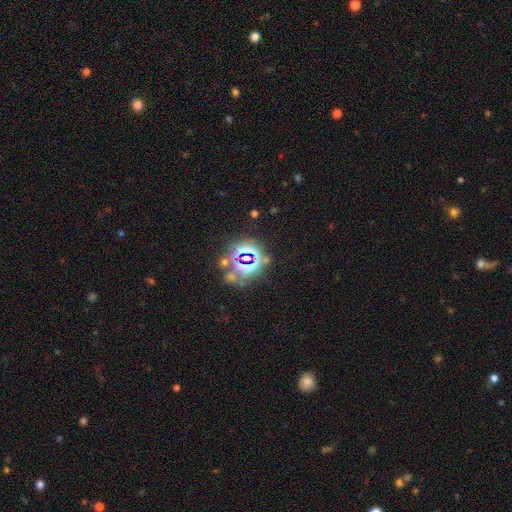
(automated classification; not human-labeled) Smooth or featured?
  - star or artifact: 78% *
  - smooth: 13%
  - featured or disk: 9%